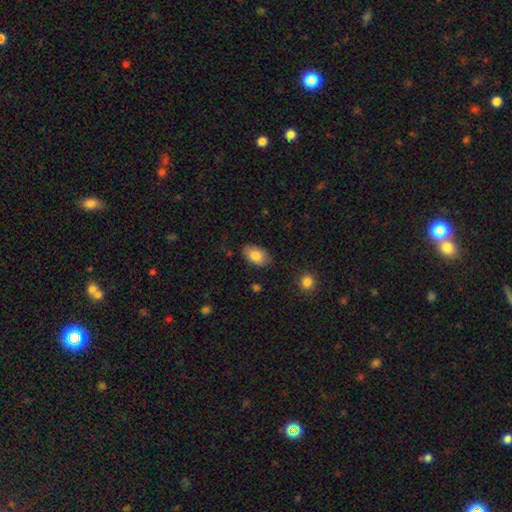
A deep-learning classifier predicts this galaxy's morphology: smooth_or_featured: smooth (p=0.82) [alt: featured or disk p=0.11]
how_rounded: in between (p=0.92) [alt: round p=0.07]
merging: none (p=0.83) [alt: minor disturbance p=0.13]